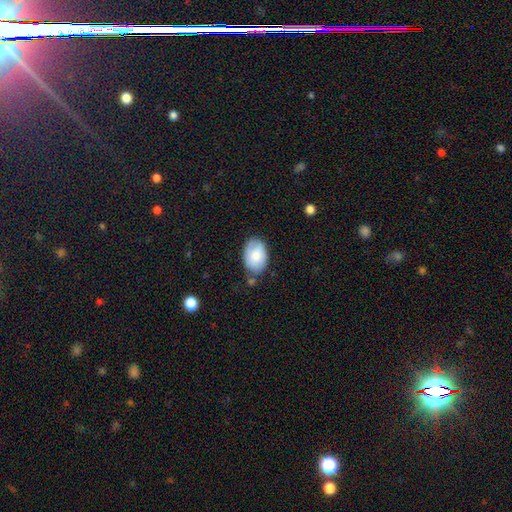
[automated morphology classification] Q: Smooth or featured?
A: smooth (77%); runner-up: featured or disk (17%)
Q: How rounded?
A: in between (87%); runner-up: round (11%)
Q: Merging?
A: none (67%); runner-up: minor disturbance (22%)